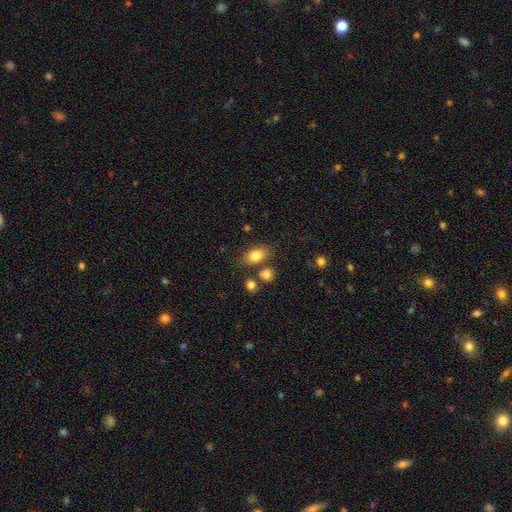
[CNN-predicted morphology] Q: Smooth or featured?
A: smooth (81%); runner-up: featured or disk (9%)
Q: How rounded?
A: in between (82%); runner-up: round (16%)
Q: Merging?
A: none (72%); runner-up: minor disturbance (13%)